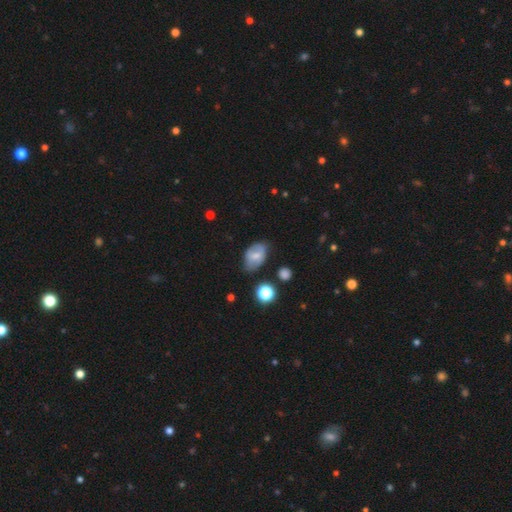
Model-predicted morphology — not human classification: A smooth galaxy with no disk features (55%) that is in between round and cigar-shaped (82%).

Vote fractions:
- Smooth or featured? smooth: 55% / featured or disk: 36% / star or artifact: 9%
- How rounded? in between: 82% / round: 16% / cigar-shaped: 1%
- Merging? none: 60% / minor disturbance: 29% / major disturbance: 7% / merger: 3%